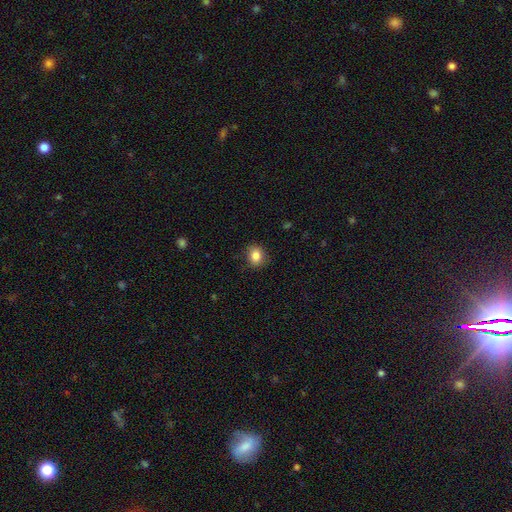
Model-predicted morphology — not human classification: Smooth or featured? Predicted: smooth (p=0.85). How rounded? Predicted: round (p=0.58). Merging? Predicted: none (p=0.85).